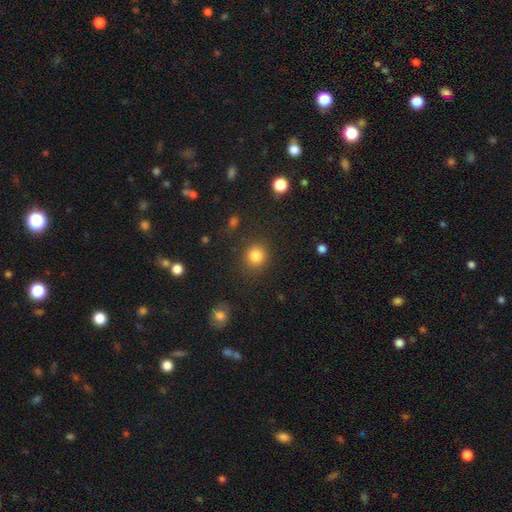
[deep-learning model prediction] The model was most divided on "smooth or featured": smooth: 84%, star or artifact: 12%, featured or disk: 5%. More confident: how rounded — round (86%); merging — none (85%).